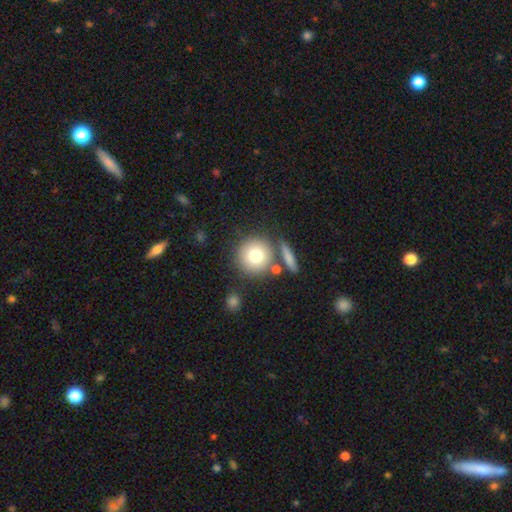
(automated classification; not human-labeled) Smooth or featured?
  - smooth: 76% *
  - featured or disk: 14%
  - star or artifact: 10%
How rounded?
  - round: 93% *
  - in between: 6%
  - cigar-shaped: 1%
Merging?
  - none: 74% *
  - merger: 13%
  - minor disturbance: 10%
  - major disturbance: 4%